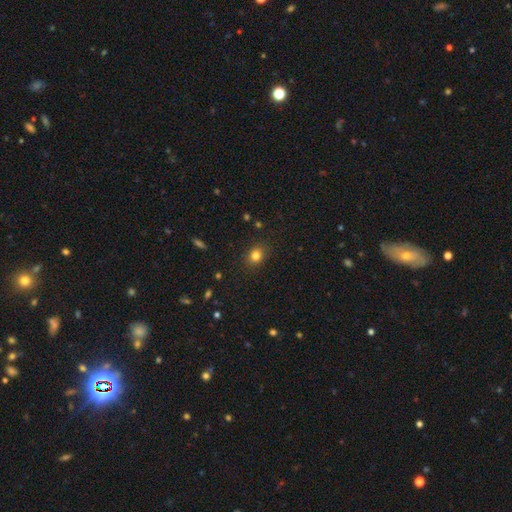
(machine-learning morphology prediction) Overall: smooth (81%). How rounded: round (62%; in between 37%). Merging: none (87%).